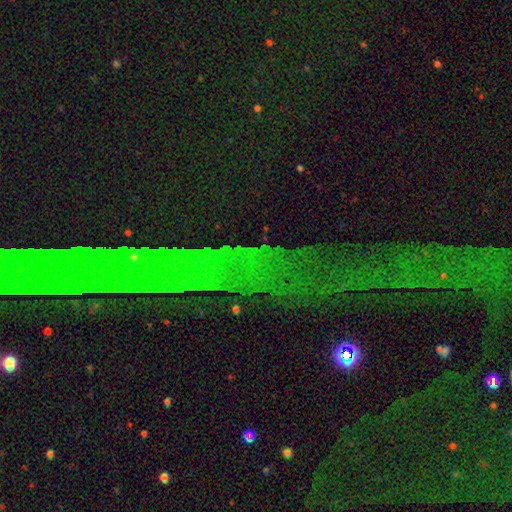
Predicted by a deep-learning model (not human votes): Morphology: type=star or artifact (74%).